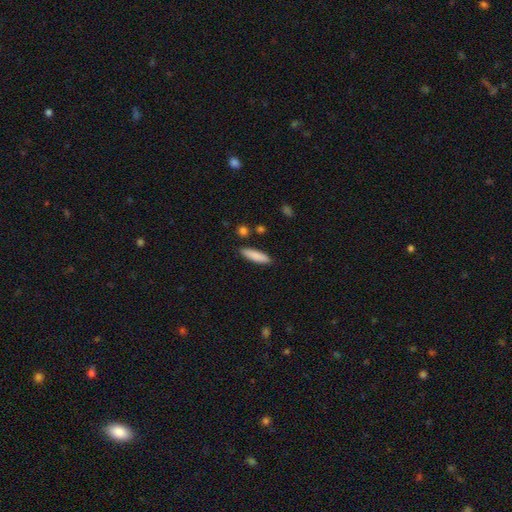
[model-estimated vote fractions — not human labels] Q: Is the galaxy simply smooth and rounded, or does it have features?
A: smooth — 86%.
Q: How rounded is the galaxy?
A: cigar-shaped — 69%.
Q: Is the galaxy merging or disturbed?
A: none — 88%.